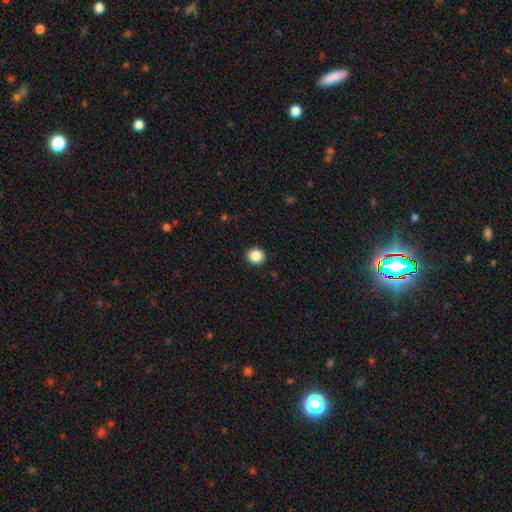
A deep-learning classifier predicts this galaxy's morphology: Smooth or featured?
  - smooth: 87% *
  - star or artifact: 10%
  - featured or disk: 3%
How rounded?
  - round: 91% *
  - in between: 8%
  - cigar-shaped: 1%
Merging?
  - none: 93% *
  - minor disturbance: 5%
  - major disturbance: 2%
  - merger: 1%